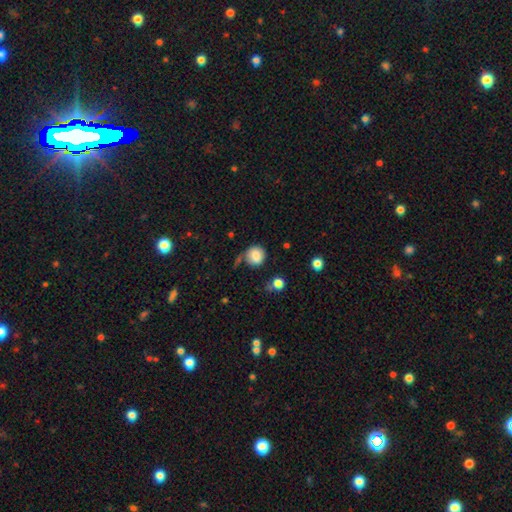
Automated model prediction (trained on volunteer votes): Q: Smooth or featured?
A: smooth (82%); runner-up: star or artifact (9%)
Q: How rounded?
A: round (86%); runner-up: in between (13%)
Q: Merging?
A: none (63%); runner-up: minor disturbance (21%)